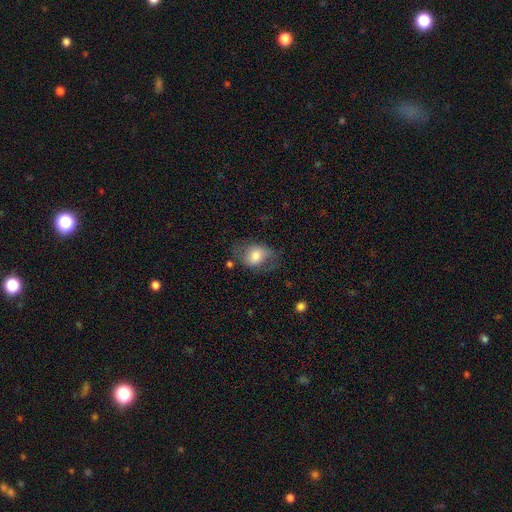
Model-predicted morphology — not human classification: smooth_or_featured: smooth (p=0.69) [alt: featured or disk p=0.24]
how_rounded: in between (p=0.67) [alt: round p=0.32]
merging: none (p=0.56) [alt: minor disturbance p=0.26]